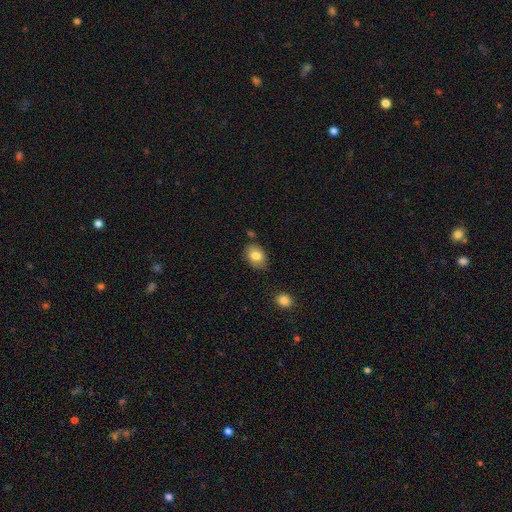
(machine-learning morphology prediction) A smooth galaxy with no disk features (82%) that is in between round and cigar-shaped (72%). Merging: none (76%).